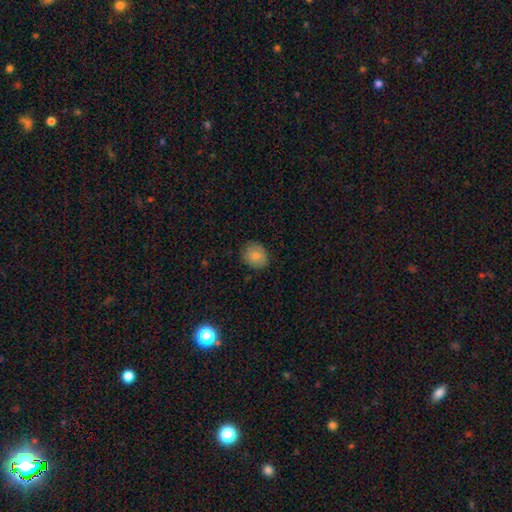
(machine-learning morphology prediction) The model was most divided on "how rounded": round: 69%, in between: 31%, cigar-shaped: 1%. More confident: smooth or featured — smooth (82%); merging — none (80%).